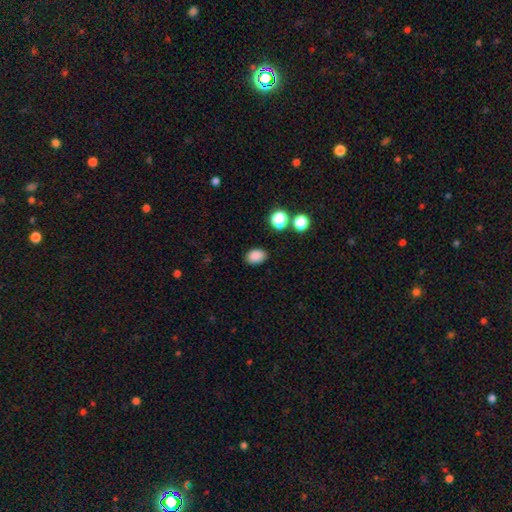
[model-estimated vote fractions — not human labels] smooth_or_featured: smooth (p=0.85) [alt: star or artifact p=0.11]
how_rounded: in between (p=0.77) [alt: round p=0.22]
merging: none (p=0.85) [alt: minor disturbance p=0.10]